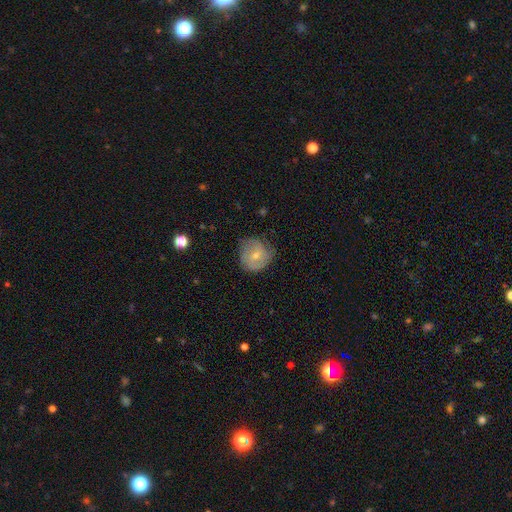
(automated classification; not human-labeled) smooth 52%, featured or disk 41%, star or artifact 7%. Down the decision tree: how rounded — round (83%); merging — none (62%).